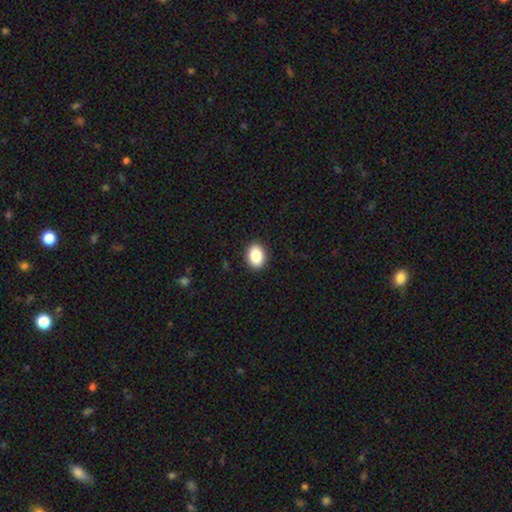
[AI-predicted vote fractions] Smooth or featured?
  - smooth: 87% *
  - star or artifact: 8%
  - featured or disk: 5%
How rounded?
  - in between: 72% *
  - round: 27%
  - cigar-shaped: 1%
Merging?
  - none: 91% *
  - minor disturbance: 7%
  - major disturbance: 2%
  - merger: 1%